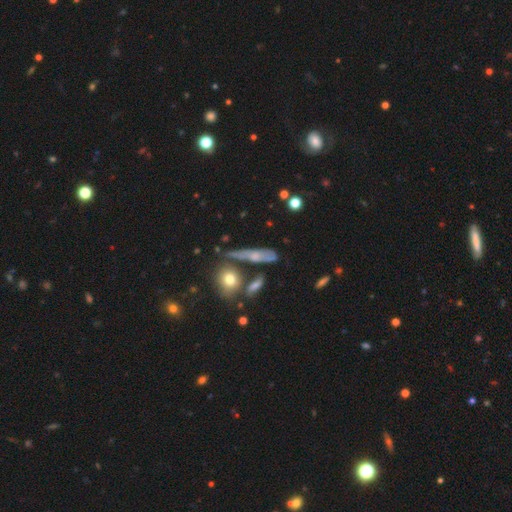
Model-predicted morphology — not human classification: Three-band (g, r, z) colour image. It shows a smooth galaxy with no disk features (44%). Merging: none (54%).